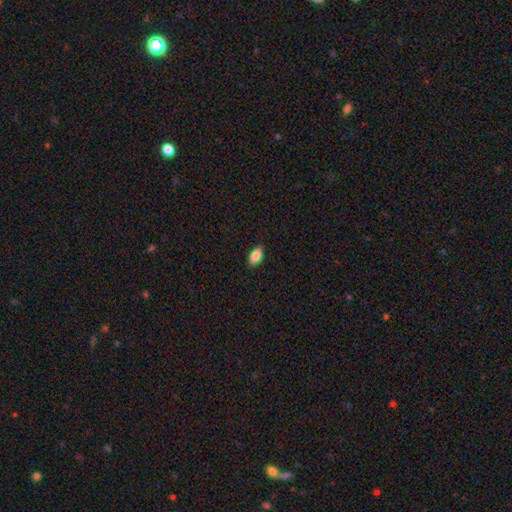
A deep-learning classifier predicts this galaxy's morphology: smooth_or_featured: smooth (p=0.86) [alt: star or artifact p=0.07]
how_rounded: in between (p=0.92) [alt: round p=0.04]
merging: none (p=0.88) [alt: minor disturbance p=0.09]